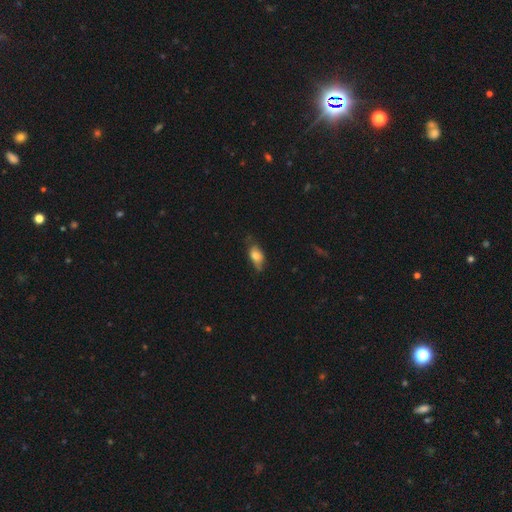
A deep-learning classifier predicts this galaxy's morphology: Q: Smooth or featured?
A: smooth (73%); runner-up: featured or disk (19%)
Q: How rounded?
A: in between (84%); runner-up: cigar-shaped (9%)
Q: Merging?
A: none (56%); runner-up: minor disturbance (31%)